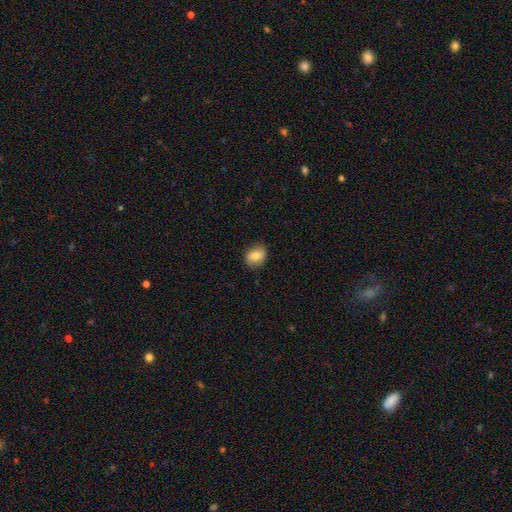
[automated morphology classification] Smooth or featured? Predicted: smooth (p=0.80). How rounded? Predicted: in between (p=0.53). Merging? Predicted: none (p=0.81).